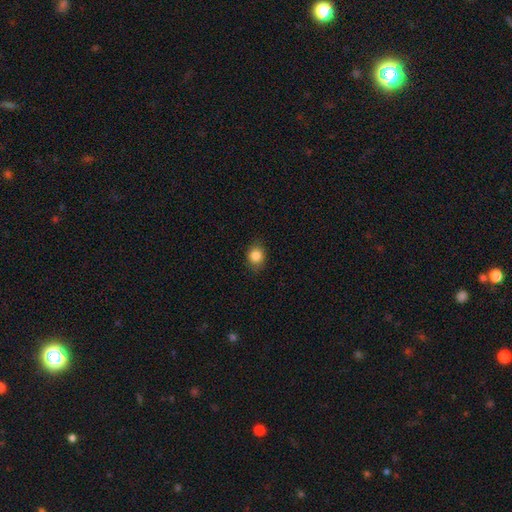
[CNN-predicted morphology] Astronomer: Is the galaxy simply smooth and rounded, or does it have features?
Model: smooth — 85%.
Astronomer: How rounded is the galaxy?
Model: round — 62%.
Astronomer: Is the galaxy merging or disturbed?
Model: none — 82%.